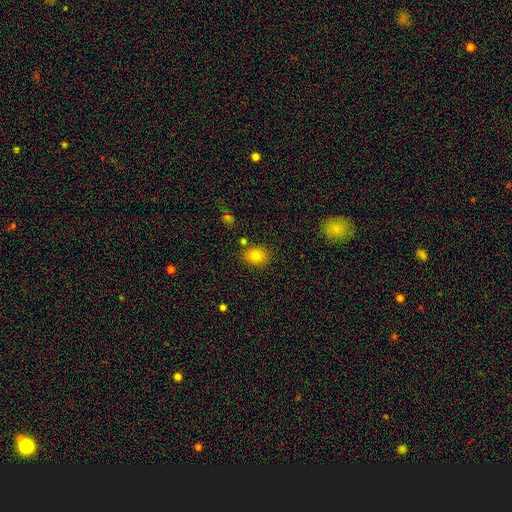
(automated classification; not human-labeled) A smooth galaxy with no disk features (82%) that is round (52%). Merging: none (80%).